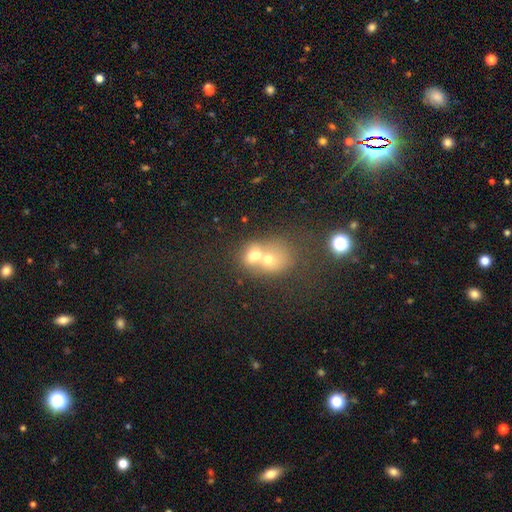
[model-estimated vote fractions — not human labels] Overall: smooth (60%; featured or disk 26%). How rounded: round (61%; in between 38%). Merging: merger (70%).